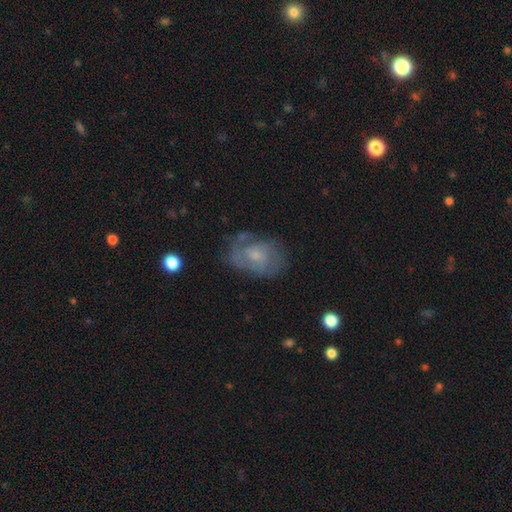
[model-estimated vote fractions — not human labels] smooth-or-featured: featured or disk: 52% | smooth: 39% | star or artifact: 9%
  disk-edge-on: no: 96% | yes: 4%
    bar: no: 69% | weak: 27% | strong: 4%
    has-spiral-arms: yes: 60% | no: 40%
    bulge-size: small: 53% | moderate: 32% | none: 11% | large: 3% | dominant: 1%
  merging: none: 58% | minor disturbance: 26% | major disturbance: 14% | merger: 3%